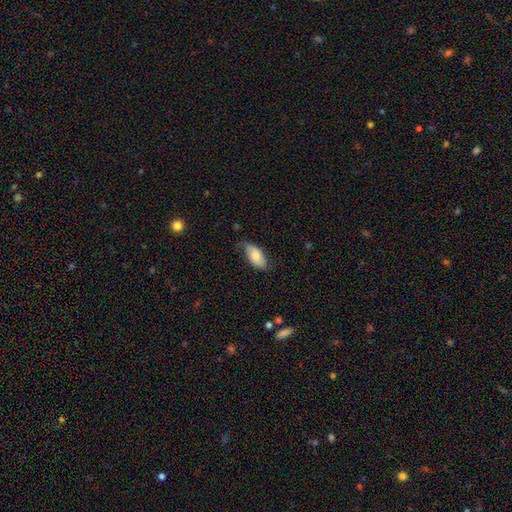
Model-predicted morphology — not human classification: Smooth or featured? smooth (74%)
How rounded? in between (92%)
Merging? none (65%)